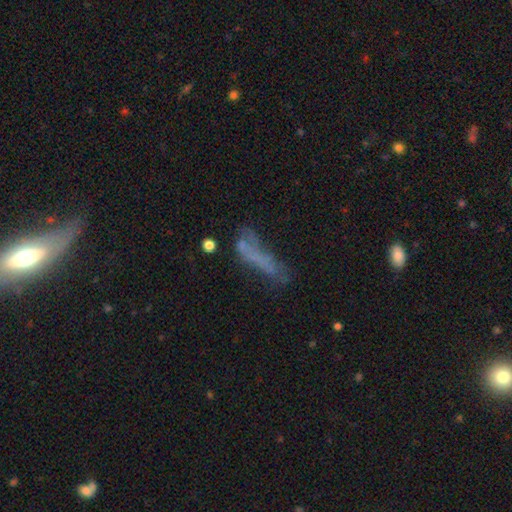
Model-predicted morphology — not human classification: Q: Smooth or featured?
A: smooth (47%); runner-up: featured or disk (33%)
Q: Merging?
A: none (38%); runner-up: major disturbance (30%)